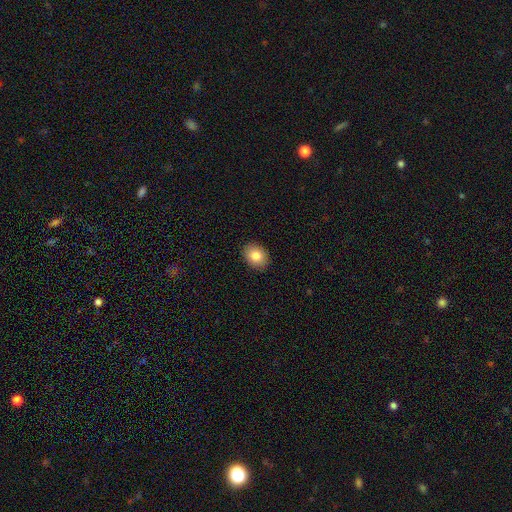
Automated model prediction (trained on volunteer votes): smooth_or_featured: smooth (p=0.84) [alt: star or artifact p=0.08]
how_rounded: in between (p=0.58) [alt: round p=0.41]
merging: none (p=0.90) [alt: minor disturbance p=0.07]